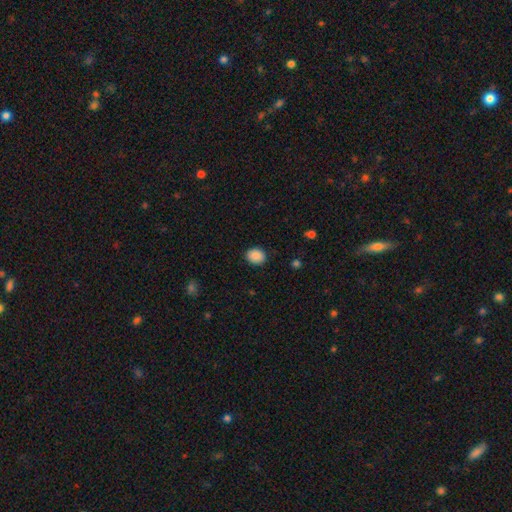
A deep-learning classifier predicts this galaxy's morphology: type=smooth (88%); roundness=round (52%); merging=none (88%).